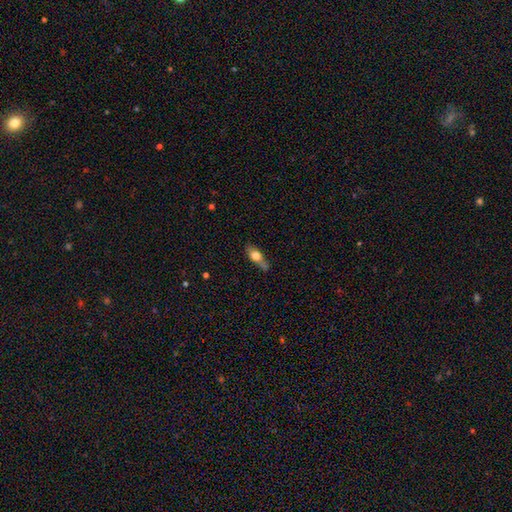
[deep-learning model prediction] Q: Smooth or featured?
A: smooth (67%); runner-up: featured or disk (25%)
Q: How rounded?
A: in between (70%); runner-up: cigar-shaped (22%)
Q: Merging?
A: none (50%); runner-up: minor disturbance (28%)